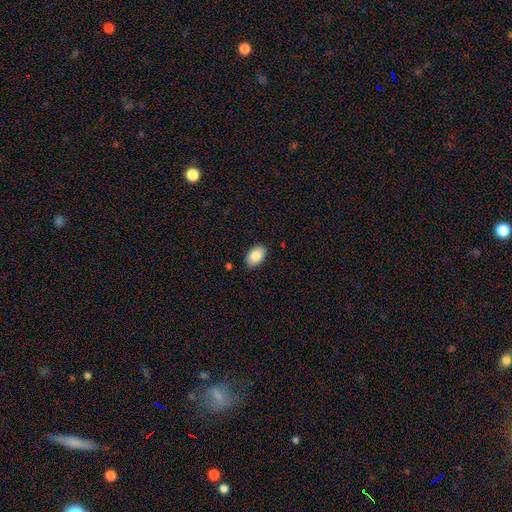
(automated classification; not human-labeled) This appears to be a smooth galaxy with no disk features (85%) that is in between round and cigar-shaped (92%). Merging: none (86%).